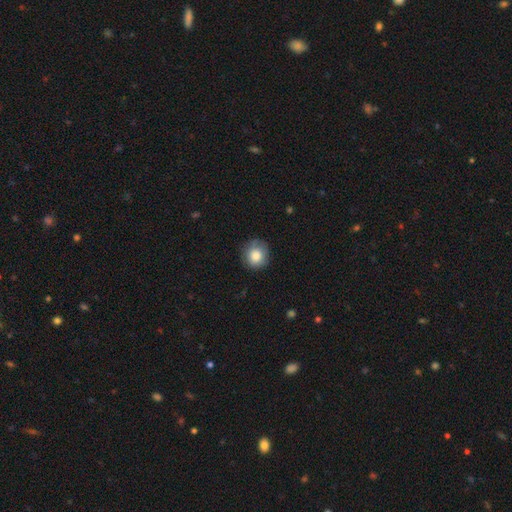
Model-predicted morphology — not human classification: This appears to be a smooth galaxy with no disk features (83%) that is round (89%). Merging: none (80%).